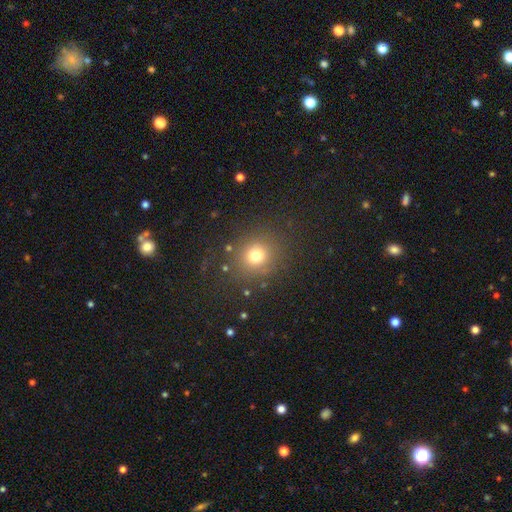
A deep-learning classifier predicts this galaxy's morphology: smooth 74%, star or artifact 18%, featured or disk 8%. Down the decision tree: how rounded — round (84%); merging — none (83%).